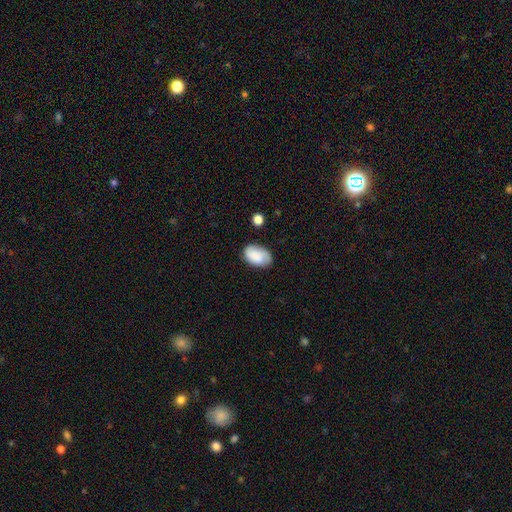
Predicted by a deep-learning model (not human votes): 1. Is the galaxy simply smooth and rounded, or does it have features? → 71% smooth, 21% featured or disk, 8% star or artifact.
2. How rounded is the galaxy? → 89% in between, 10% round, 1% cigar-shaped.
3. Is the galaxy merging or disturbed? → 71% none, 20% minor disturbance, 6% major disturbance, 3% merger.